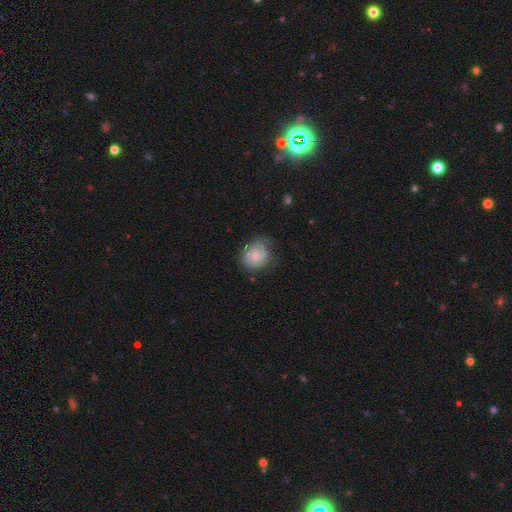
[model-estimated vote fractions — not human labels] This is possibly a featured or disk galaxy (51%). It is clearly not viewed edge-on (97%). Merging: likely none (67%).